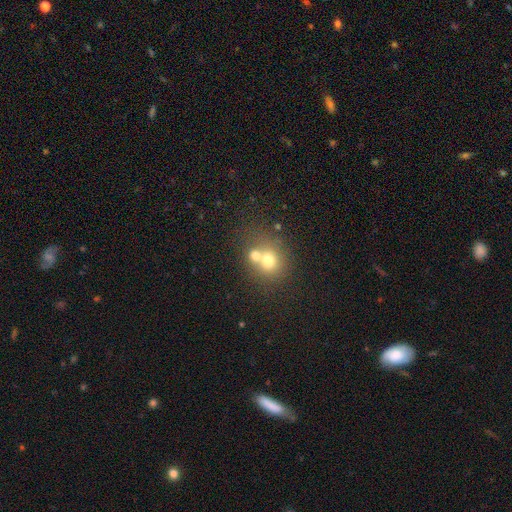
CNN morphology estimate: Smooth or featured?
  - smooth: 68% *
  - featured or disk: 19%
  - star or artifact: 13%
How rounded?
  - round: 74% *
  - in between: 25%
  - cigar-shaped: 1%
Merging?
  - merger: 54% *
  - none: 36%
  - minor disturbance: 7%
  - major disturbance: 3%